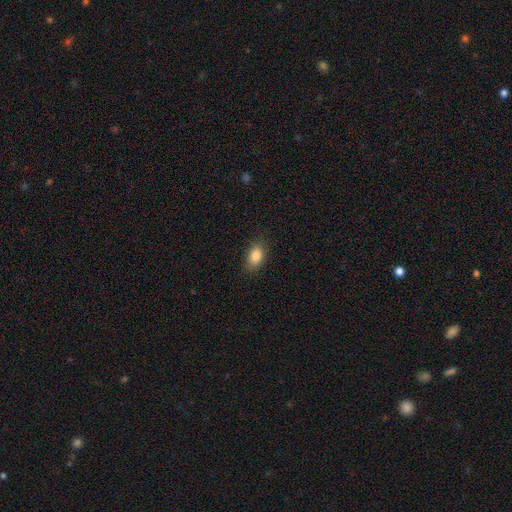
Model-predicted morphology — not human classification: smooth 85%, star or artifact 8%, featured or disk 7%. Down the decision tree: how rounded — in between (86%); merging — none (86%).